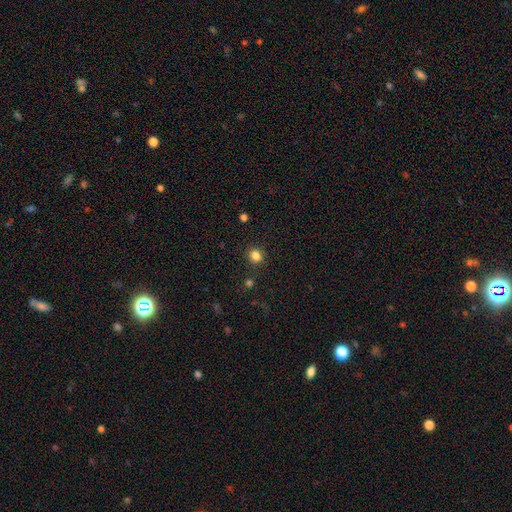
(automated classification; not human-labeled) A smooth galaxy with no disk features (83%) that is round (84%).

Vote fractions:
- Smooth or featured? smooth: 83% / star or artifact: 13% / featured or disk: 4%
- How rounded? round: 84% / in between: 16% / cigar-shaped: 1%
- Merging? none: 89% / minor disturbance: 7% / major disturbance: 2% / merger: 2%